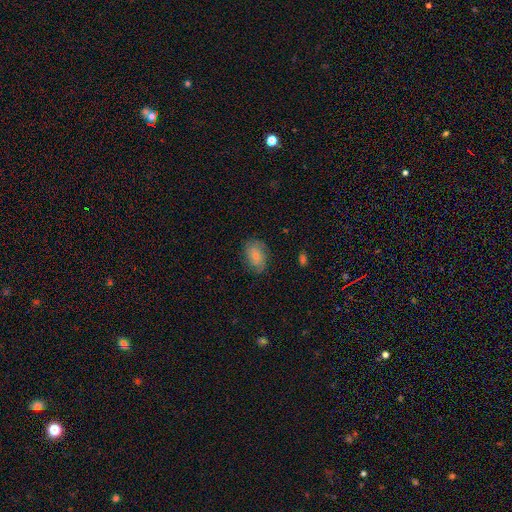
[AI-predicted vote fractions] Overall: smooth (49%; featured or disk 41%). Merging: none (76%).